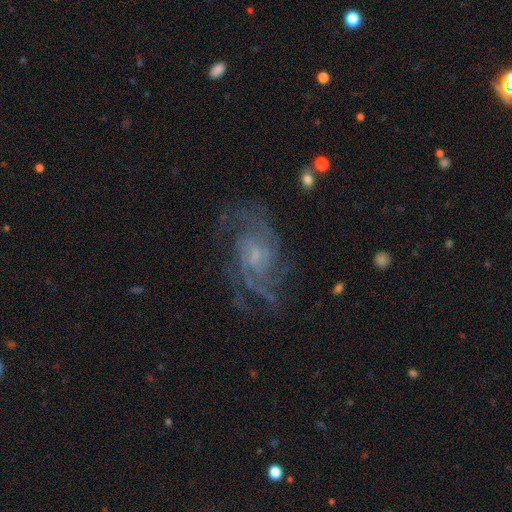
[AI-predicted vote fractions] smooth-or-featured: featured or disk: 83% | star or artifact: 10% | smooth: 8%
  disk-edge-on: no: 97% | yes: 3%
    bar: no: 63% | weak: 32% | strong: 5%
    has-spiral-arms: yes: 95% | no: 5%
      spiral-winding: medium: 46% | tight: 38% | loose: 16%
      spiral-arm-count: can't tell: 26% (tied) | 2: 26% (tied) | 3: 21% | 4: 13% | more than 4: 7% | 1: 7%
    bulge-size: small: 61% | moderate: 23% | none: 12% | large: 3% | dominant: 1%
  merging: none: 69% | minor disturbance: 16% | major disturbance: 13% | merger: 2%